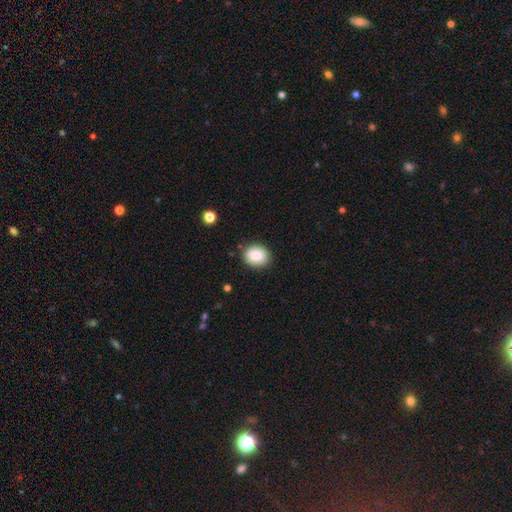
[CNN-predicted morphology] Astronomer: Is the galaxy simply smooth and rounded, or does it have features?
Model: smooth — 83%.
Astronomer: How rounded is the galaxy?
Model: round — 65%.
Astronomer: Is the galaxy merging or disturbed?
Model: none — 86%.